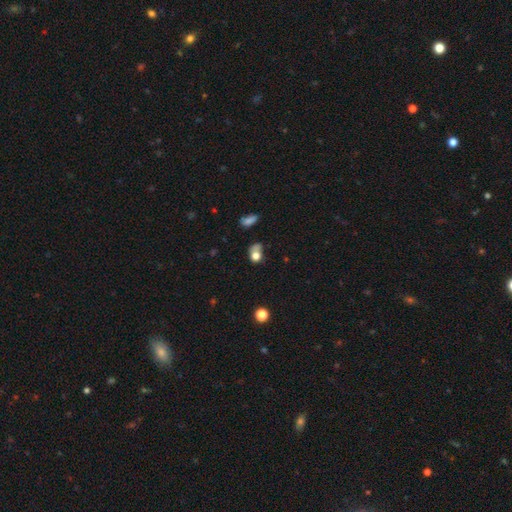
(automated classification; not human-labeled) Smooth or featured? Predicted: smooth (p=0.72). How rounded? Predicted: round (p=0.53). Merging? Predicted: none (p=0.33).